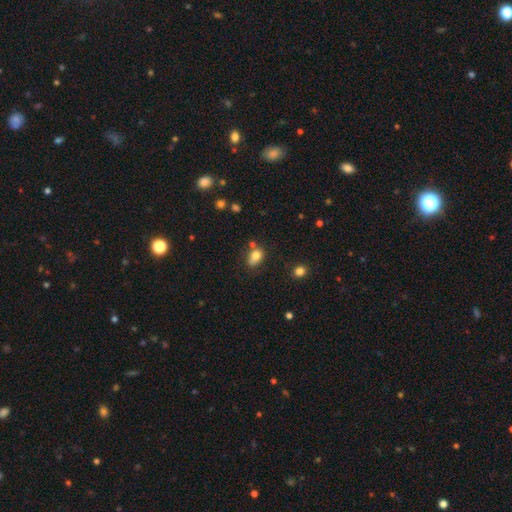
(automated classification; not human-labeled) Smooth or featured?
  - smooth: 79% *
  - star or artifact: 11%
  - featured or disk: 11%
How rounded?
  - in between: 69% *
  - round: 29%
  - cigar-shaped: 2%
Merging?
  - none: 52% *
  - minor disturbance: 24%
  - merger: 17%
  - major disturbance: 7%